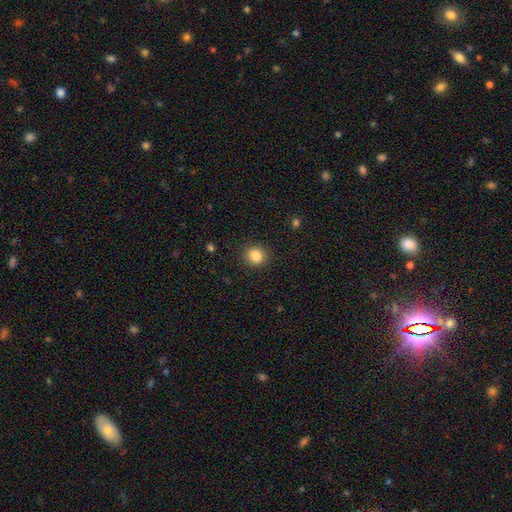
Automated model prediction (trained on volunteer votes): Smooth or featured? smooth (85%)
How rounded? round (85%)
Merging? none (90%)